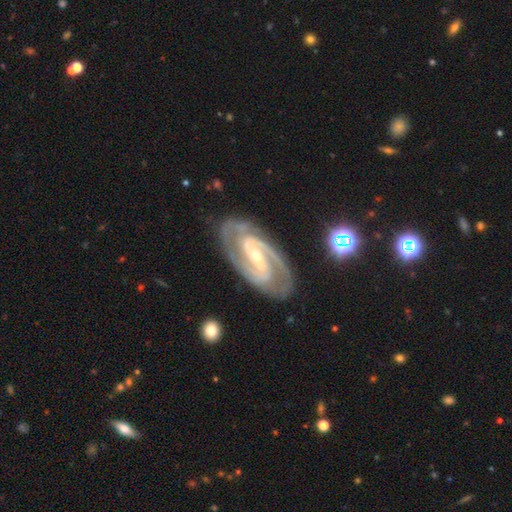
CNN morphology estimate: Smooth or featured? featured or disk (92%)
Edge-on disk? no (96%)
Bar? strong (48%)
Spiral arms? yes (98%)
Spiral winding? tight (50%)
Spiral arm count? 2 (82%)
Bulge size? small (69%)
Merging? none (81%)